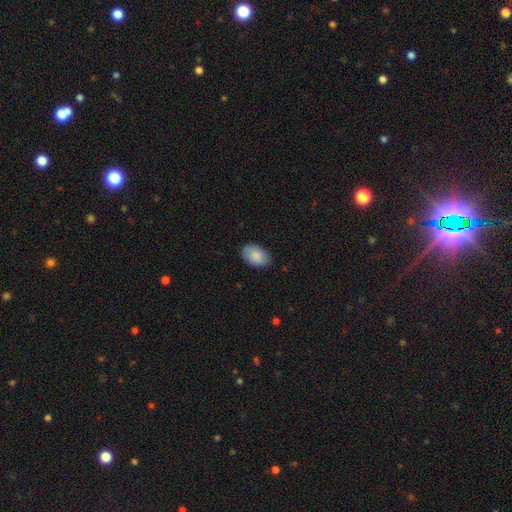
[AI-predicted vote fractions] smooth 86%, featured or disk 7%, star or artifact 6%. Down the decision tree: how rounded — in between (89%); merging — none (85%).